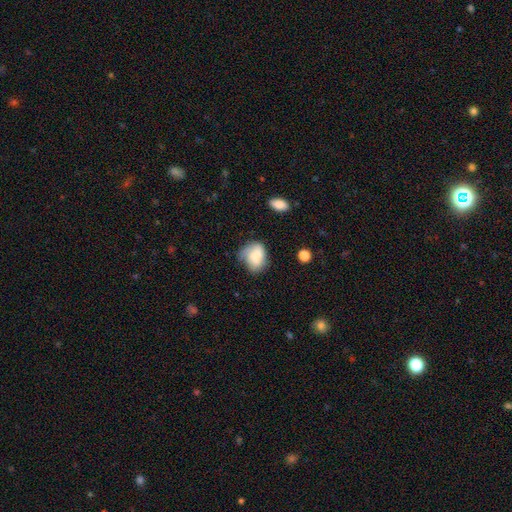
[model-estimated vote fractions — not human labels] smooth-or-featured: smooth: 68% | featured or disk: 24% | star or artifact: 8%
  how-rounded: in between: 55% | round: 44% | cigar-shaped: 1%
  merging: none: 45% | minor disturbance: 36% | major disturbance: 16% | merger: 4%